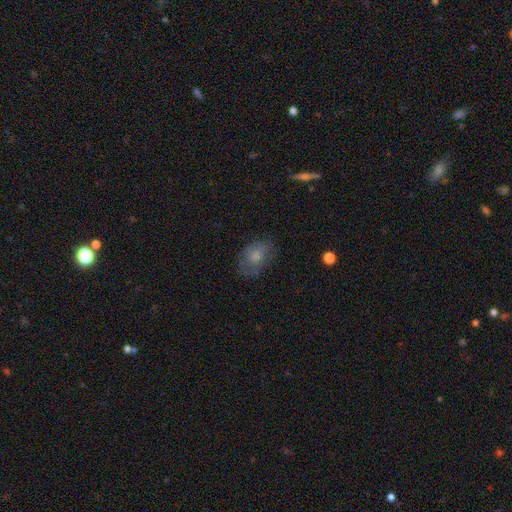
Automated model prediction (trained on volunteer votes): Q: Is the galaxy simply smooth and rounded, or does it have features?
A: smooth — 68%.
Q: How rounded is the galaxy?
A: in between — 80%.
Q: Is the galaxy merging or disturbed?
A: none — 62%.